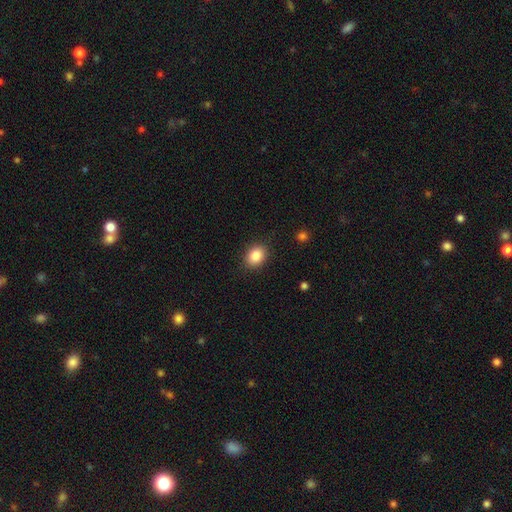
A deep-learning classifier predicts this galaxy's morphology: Smooth or featured?
  - smooth: 86% *
  - star or artifact: 9%
  - featured or disk: 6%
How rounded?
  - in between: 61% *
  - round: 38%
  - cigar-shaped: 1%
Merging?
  - none: 87% *
  - minor disturbance: 9%
  - major disturbance: 2%
  - merger: 1%